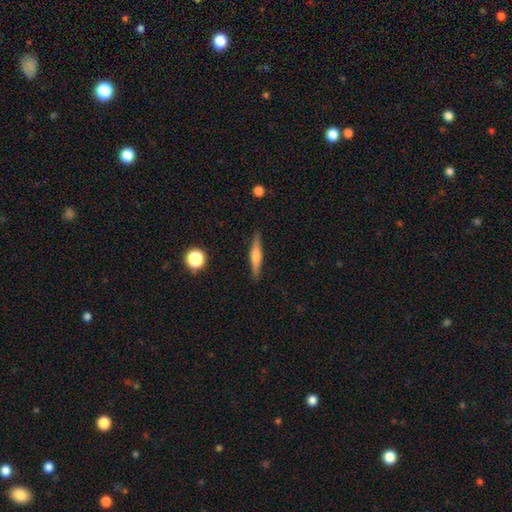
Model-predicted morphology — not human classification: featured or disk 49%, smooth 44%, star or artifact 7%. Down the decision tree: merging — none (88%).